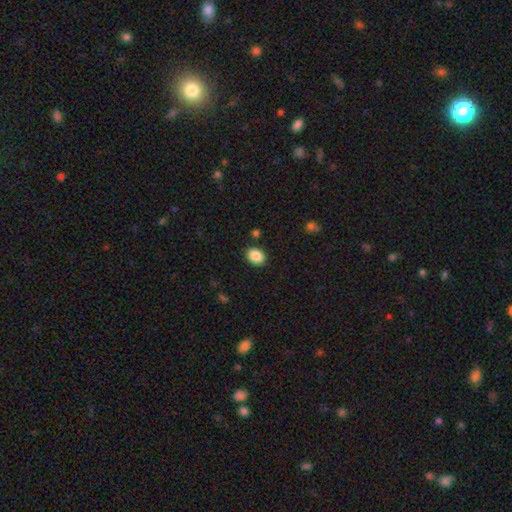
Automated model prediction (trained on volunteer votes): The model was most divided on "how rounded": in between: 53%, round: 47%, cigar-shaped: 1%. More confident: merging — none (88%); smooth or featured — smooth (88%).